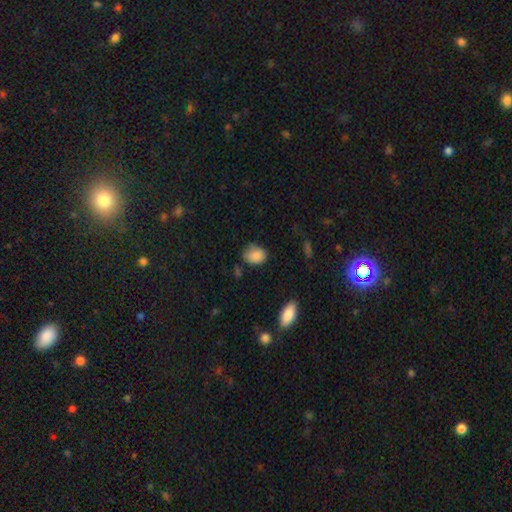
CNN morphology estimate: This is clearly a smooth galaxy (86%). How rounded: likely in between (66%). Merging: possibly none (59%).